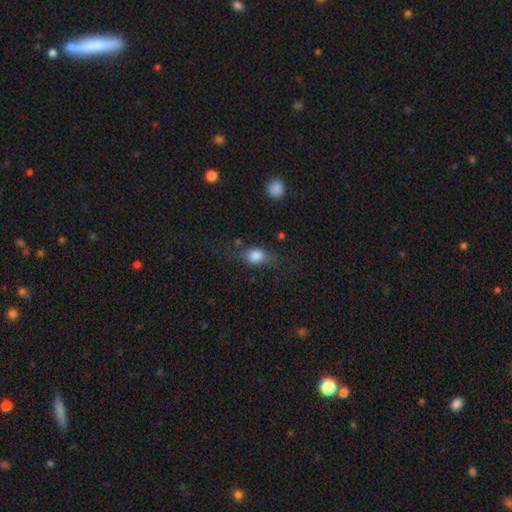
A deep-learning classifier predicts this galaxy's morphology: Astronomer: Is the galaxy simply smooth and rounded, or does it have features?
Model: smooth — 78%.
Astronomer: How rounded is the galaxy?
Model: in between — 64%.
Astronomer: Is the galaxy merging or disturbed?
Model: none — 58%.